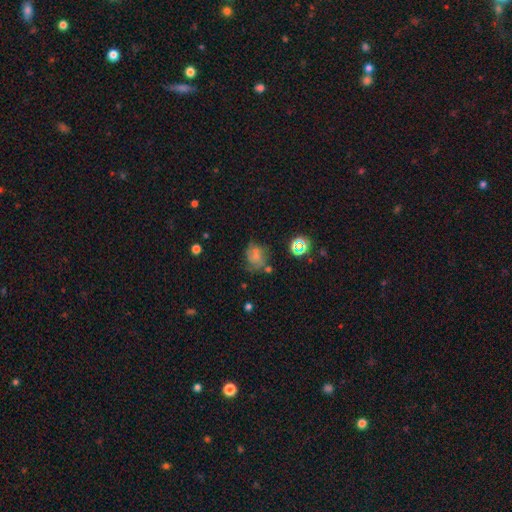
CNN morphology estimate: Smooth or featured?
  - smooth: 47% *
  - featured or disk: 33%
  - star or artifact: 19%
Merging?
  - none: 46% *
  - minor disturbance: 26%
  - major disturbance: 18%
  - merger: 9%